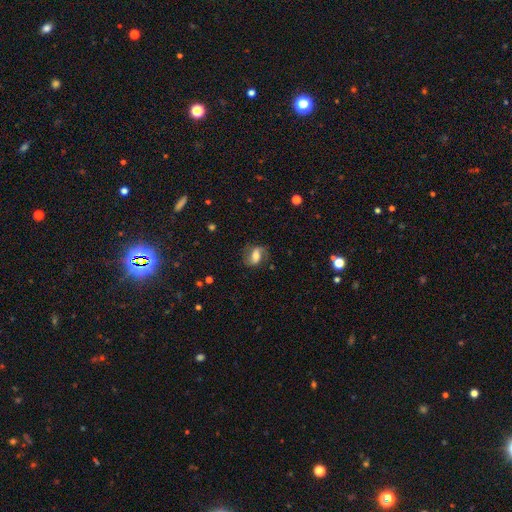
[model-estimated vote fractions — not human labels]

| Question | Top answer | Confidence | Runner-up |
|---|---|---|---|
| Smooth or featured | featured or disk | 49% | smooth (42%) |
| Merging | none | 68% | minor disturbance (20%) |